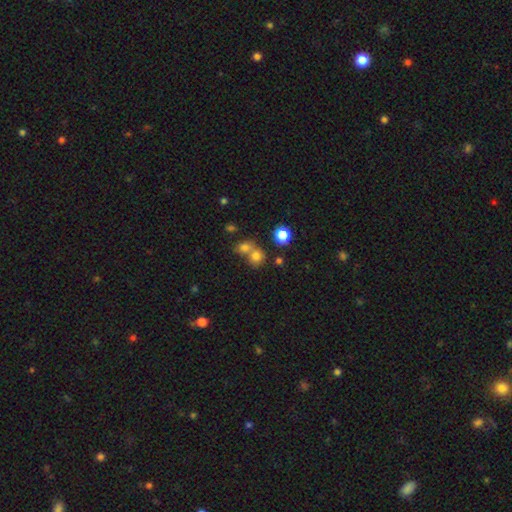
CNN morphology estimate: This is likely a smooth galaxy (75%). How rounded: clearly round (81%). Merging: possibly none (47%).